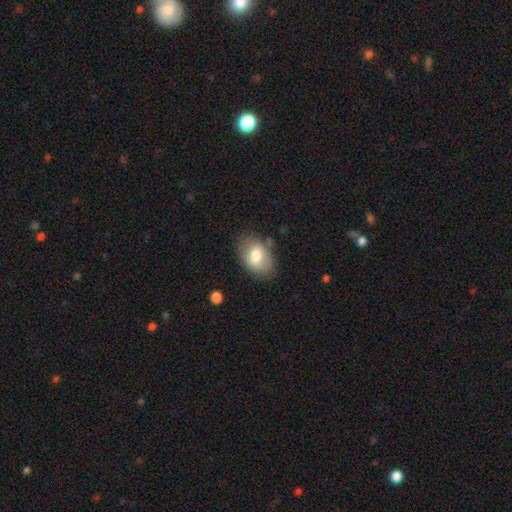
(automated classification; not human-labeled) A smooth galaxy with no disk features (73%) that is in between round and cigar-shaped (81%). Merging: none (71%).